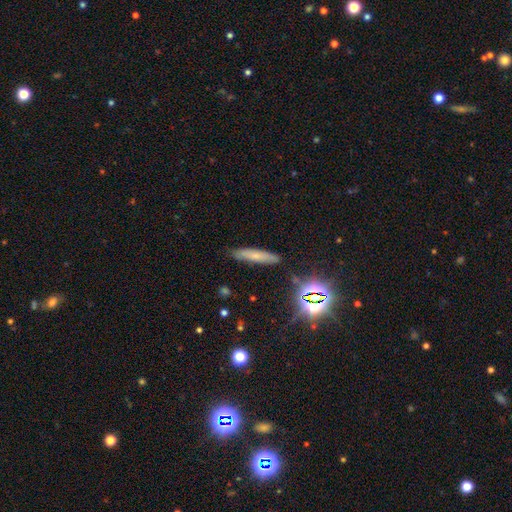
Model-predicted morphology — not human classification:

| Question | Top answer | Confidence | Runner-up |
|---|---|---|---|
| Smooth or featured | smooth | 60% | featured or disk (23%) |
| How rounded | cigar-shaped | 85% | in between (12%) |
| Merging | none | 84% | minor disturbance (12%) |